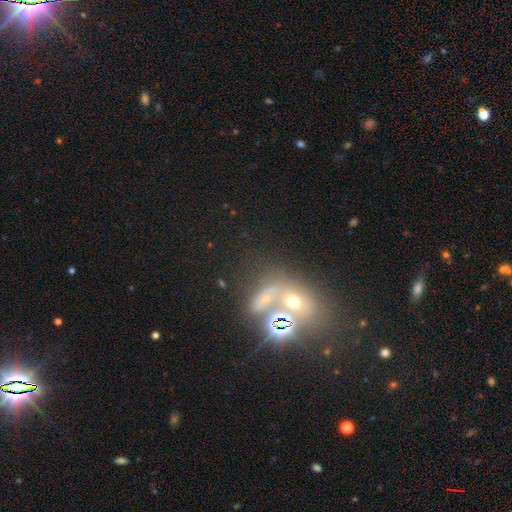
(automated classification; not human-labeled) This is marginally a star or artifact rather than a galaxy (41%).